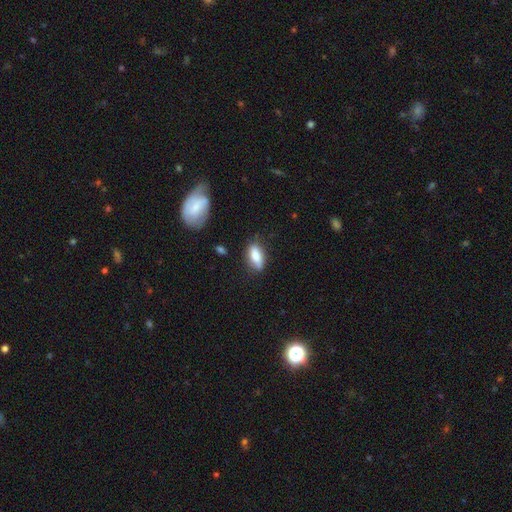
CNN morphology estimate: This appears to be a smooth galaxy with no disk features (74%) that is in between round and cigar-shaped (74%). Merging: none (69%).